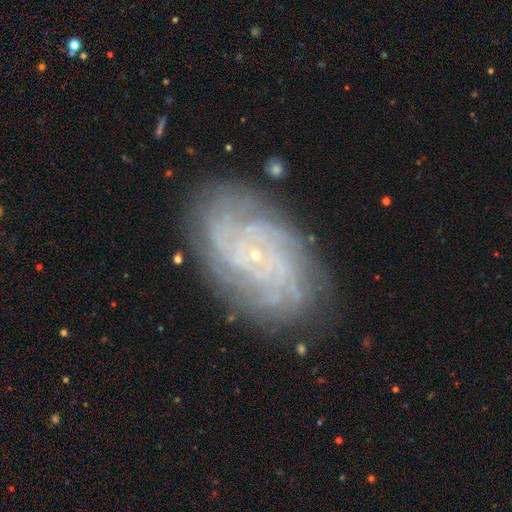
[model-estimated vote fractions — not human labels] A featured or disk galaxy (85%) with no bar (77%), tight (73%) spiral arms (96%) and a small central bulge (89%).

Vote fractions:
- Smooth or featured? featured or disk: 85% / smooth: 8% / star or artifact: 7%
- Edge-on disk? no: 96% / yes: 4%
- Bar? no: 77% / weak: 18% / strong: 4%
- Spiral arms? yes: 96% / no: 4%
- Spiral winding? tight: 73% / medium: 21% / loose: 5%
- Spiral arm count? can't tell: 29% / 4: 22% / more than 4: 19% / 3: 12% / 2: 10% / 1: 8%
- Bulge size? small: 89% / moderate: 6% / none: 3% / large: 1% / dominant: 1%
- Merging? none: 82% / minor disturbance: 13% / major disturbance: 4% / merger: 1%